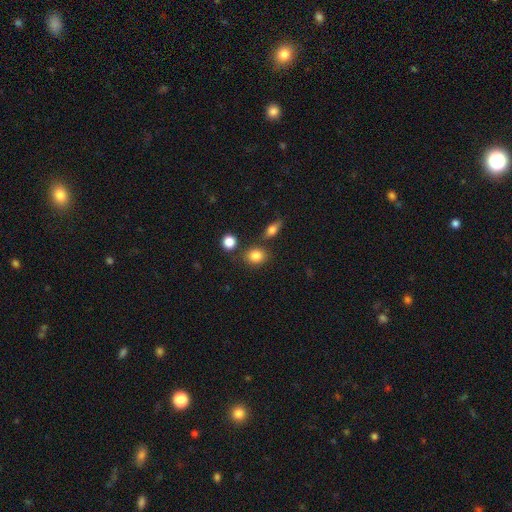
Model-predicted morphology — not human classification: smooth 83%, star or artifact 10%, featured or disk 7%. Down the decision tree: how rounded — round (62%); merging — none (75%).